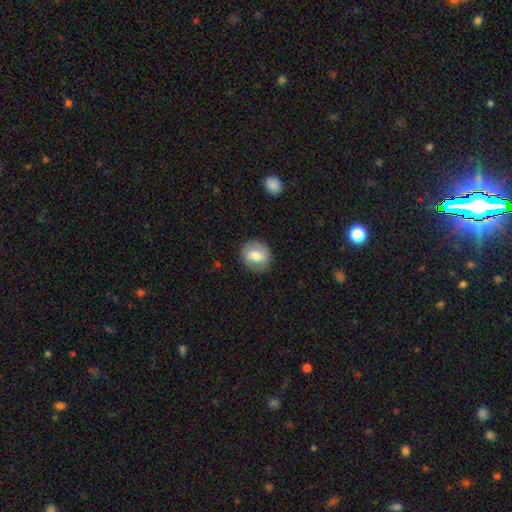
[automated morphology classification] smooth_or_featured: smooth (p=0.57) [alt: featured or disk p=0.36]
how_rounded: round (p=0.76) [alt: in between p=0.23]
merging: none (p=0.84) [alt: minor disturbance p=0.11]